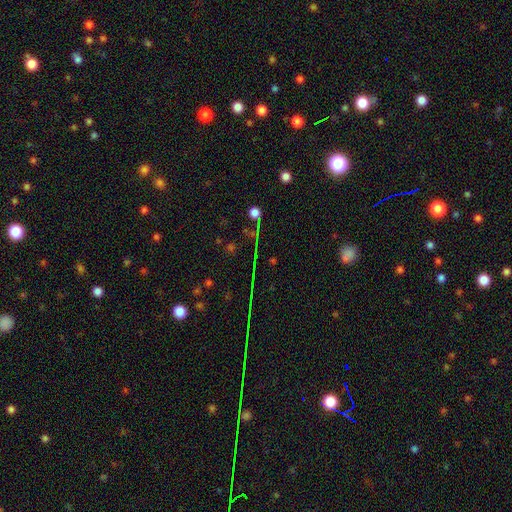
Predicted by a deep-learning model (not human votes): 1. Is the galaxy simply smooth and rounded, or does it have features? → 70% star or artifact, 19% smooth, 11% featured or disk.